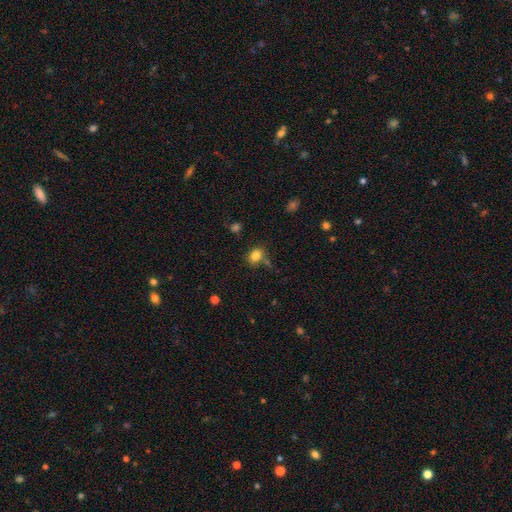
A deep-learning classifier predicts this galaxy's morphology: Smooth or featured? smooth (82%)
How rounded? in between (50%)
Merging? none (71%)